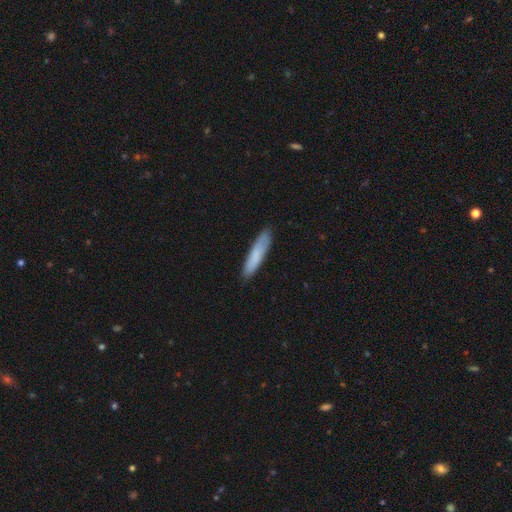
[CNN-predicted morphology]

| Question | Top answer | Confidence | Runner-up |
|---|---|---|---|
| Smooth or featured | smooth | 77% | featured or disk (17%) |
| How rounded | cigar-shaped | 85% | in between (14%) |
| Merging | none | 85% | minor disturbance (12%) |